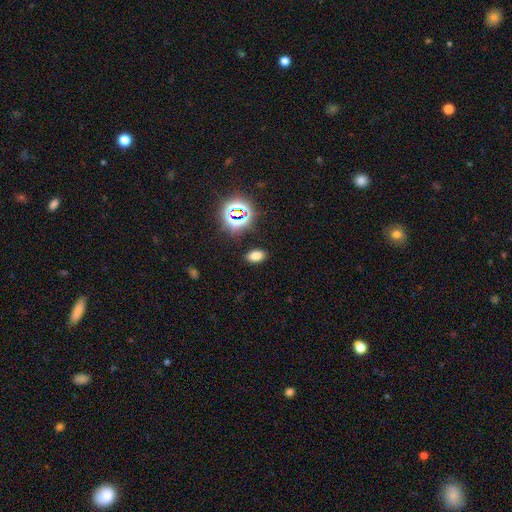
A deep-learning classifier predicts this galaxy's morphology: type=smooth (72%); roundness=in between (88%); merging=none (87%).